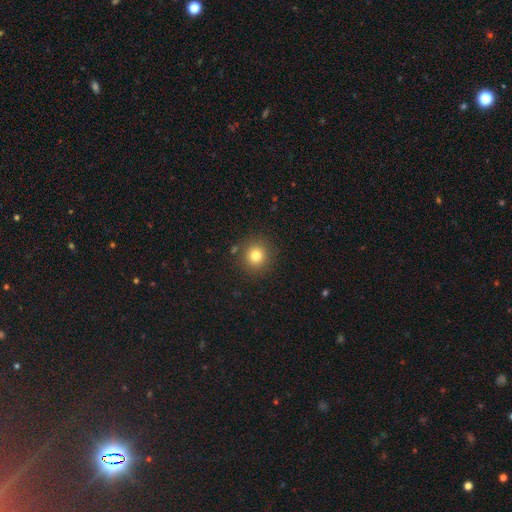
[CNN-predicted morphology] Smooth or featured? smooth (80%)
How rounded? round (92%)
Merging? none (88%)